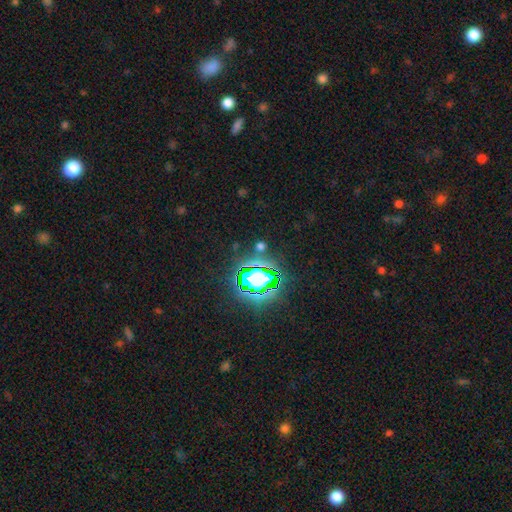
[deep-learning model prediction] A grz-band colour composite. It shows a star or artifact, not a galaxy (78%).